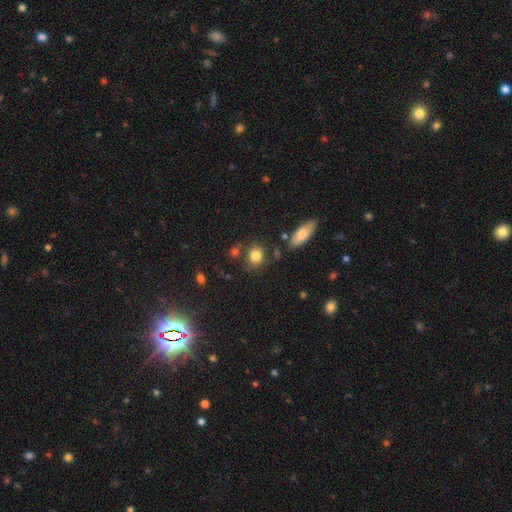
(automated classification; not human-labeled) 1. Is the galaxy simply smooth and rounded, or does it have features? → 83% smooth, 10% star or artifact, 7% featured or disk.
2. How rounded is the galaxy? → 76% round, 23% in between, 2% cigar-shaped.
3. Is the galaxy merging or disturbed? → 76% none, 12% minor disturbance, 8% merger, 4% major disturbance.